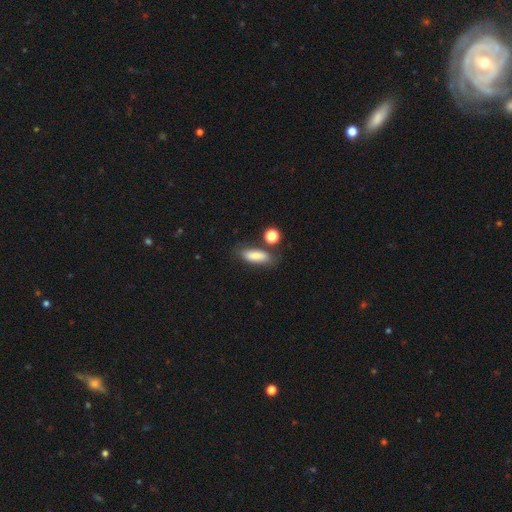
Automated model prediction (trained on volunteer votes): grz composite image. It shows a smooth galaxy with no disk features (81%) that is in between round and cigar-shaped (63%). Merging: none (67%).